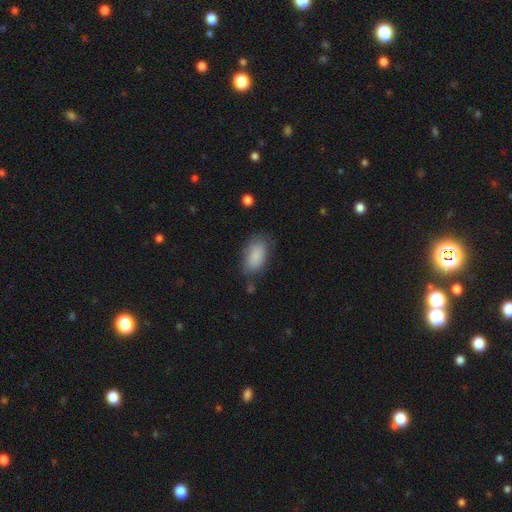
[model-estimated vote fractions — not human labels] Q: Smooth or featured?
A: smooth (87%); runner-up: featured or disk (7%)
Q: How rounded?
A: in between (93%); runner-up: round (4%)
Q: Merging?
A: none (72%); runner-up: minor disturbance (20%)